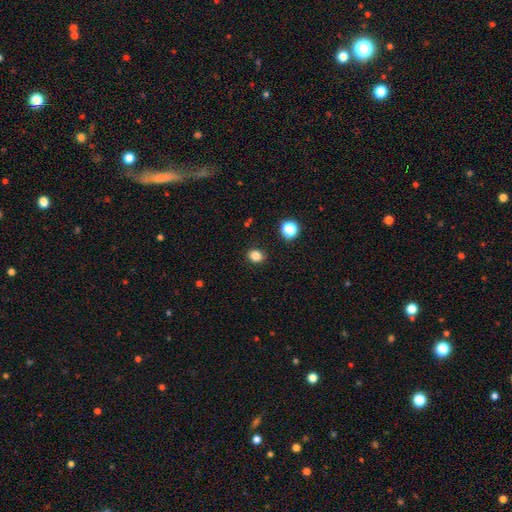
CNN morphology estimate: Overall: smooth (83%). How rounded: round (57%; in between 42%). Merging: none (89%).